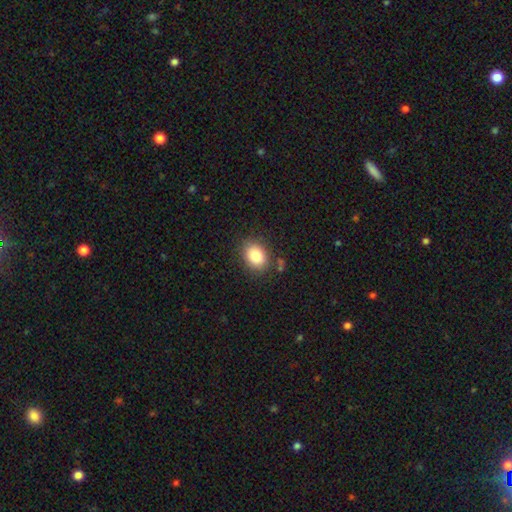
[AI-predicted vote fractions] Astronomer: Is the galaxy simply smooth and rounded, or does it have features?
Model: smooth — 85%.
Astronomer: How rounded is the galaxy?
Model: in between — 60% (runner-up: round, 39%).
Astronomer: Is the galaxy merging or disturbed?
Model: none — 82%.